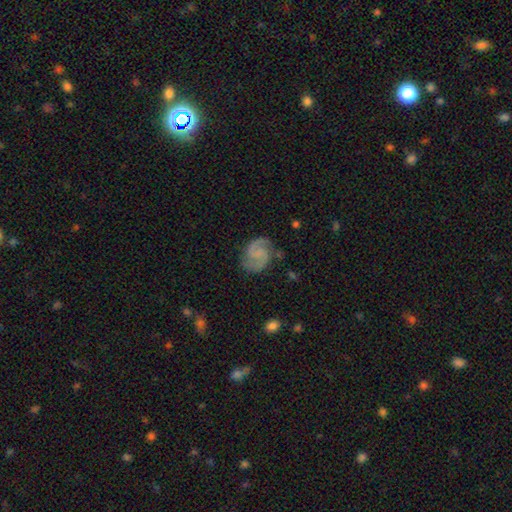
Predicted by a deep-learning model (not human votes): Overall: featured or disk (85%). Edge-on disk: no (98%). Bar: no (47%; weak 42%). Spiral arms: yes (97%). Spiral arm count: 2 (93%). Spiral winding: medium (55%; tight 23%). Bulge size: none (60%; small 27%). Merging: none (80%).